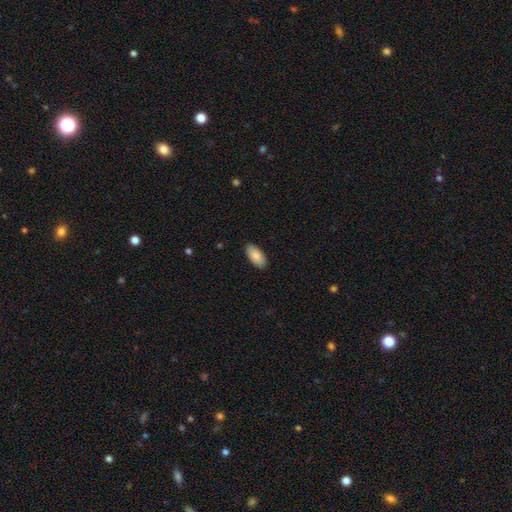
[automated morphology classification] Overall: smooth (87%). How rounded: in between (94%). Merging: none (89%).